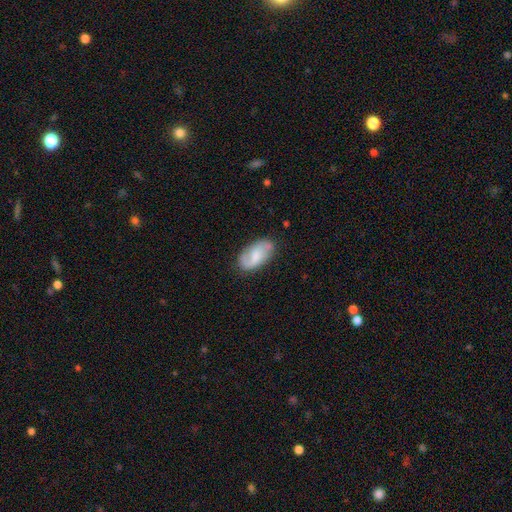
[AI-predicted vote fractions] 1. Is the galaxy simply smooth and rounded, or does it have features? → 49% featured or disk, 45% smooth, 7% star or artifact.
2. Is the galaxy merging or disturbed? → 71% none, 21% minor disturbance, 5% major disturbance, 3% merger.